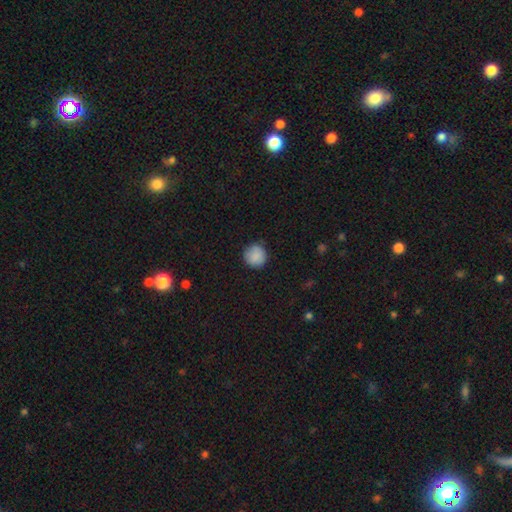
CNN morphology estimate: type=smooth (87%); roundness=round (93%); merging=none (84%).